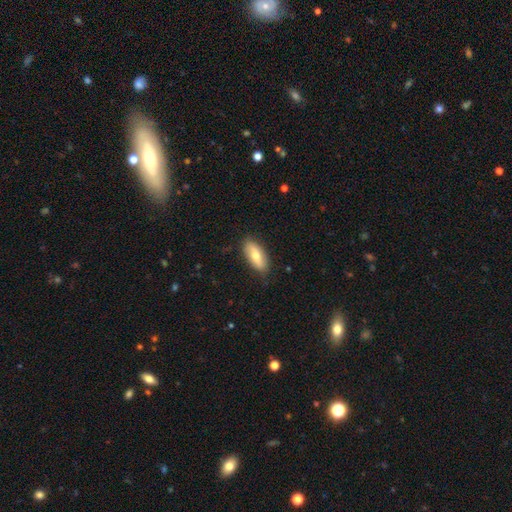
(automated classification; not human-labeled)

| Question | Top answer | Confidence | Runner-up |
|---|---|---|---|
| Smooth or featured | smooth | 67% | featured or disk (27%) |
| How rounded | in between | 82% | cigar-shaped (15%) |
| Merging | none | 85% | minor disturbance (12%) |